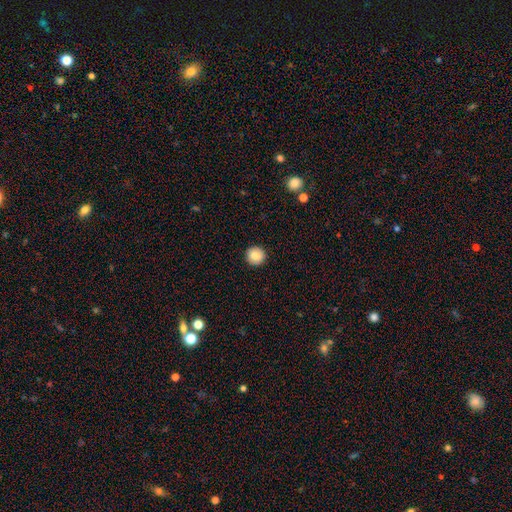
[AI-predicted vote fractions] smooth-or-featured: smooth: 81% | featured or disk: 10% | star or artifact: 9%
  how-rounded: round: 94% | in between: 5% | cigar-shaped: 1%
  merging: none: 92% | minor disturbance: 5% | major disturbance: 2% | merger: 1%